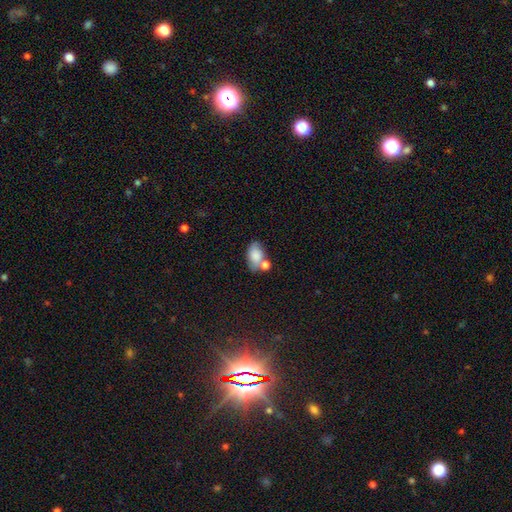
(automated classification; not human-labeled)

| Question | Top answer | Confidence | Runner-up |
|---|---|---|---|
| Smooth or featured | smooth | 77% | featured or disk (15%) |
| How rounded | in between | 85% | round (13%) |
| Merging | none | 42% | merger (32%) |